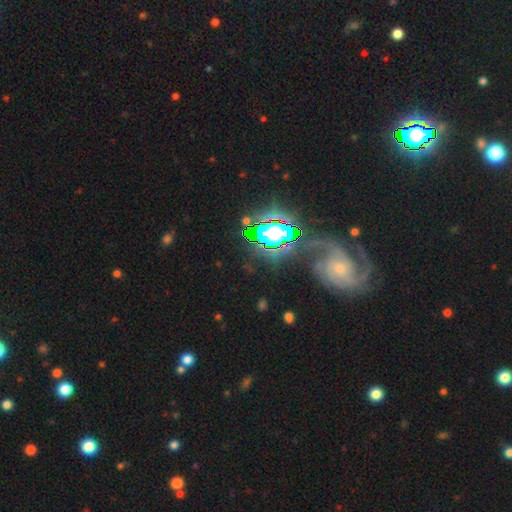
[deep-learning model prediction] Smooth or featured: star or artifact — 49% (featured or disk — 36%)